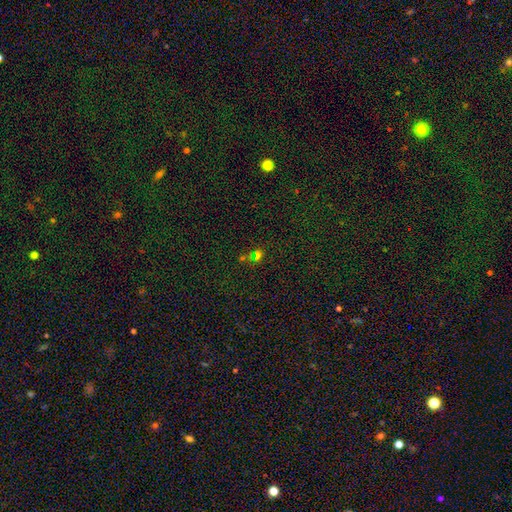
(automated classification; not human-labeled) This is possibly a star or artifact rather than a galaxy (54%).